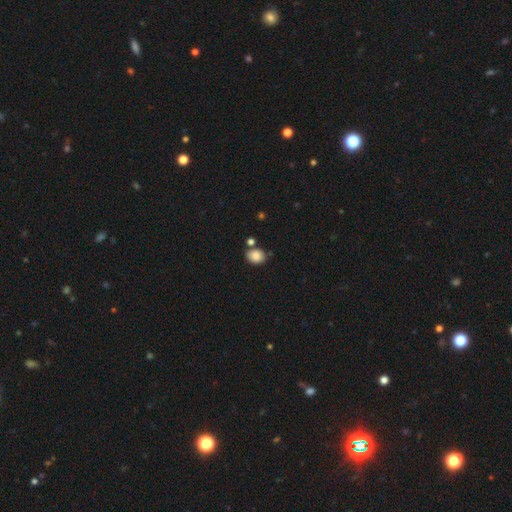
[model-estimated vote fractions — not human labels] This is clearly a smooth galaxy (85%). How rounded: possibly in between (52%). Merging: likely none (68%).